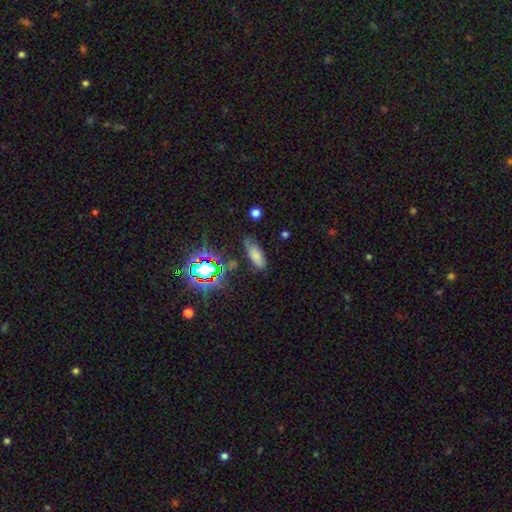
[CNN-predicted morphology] Smooth or featured: smooth — 70% (star or artifact — 18%)
How rounded: in between — 74% (cigar-shaped — 22%)
Merging: none — 67% (minor disturbance — 23%)